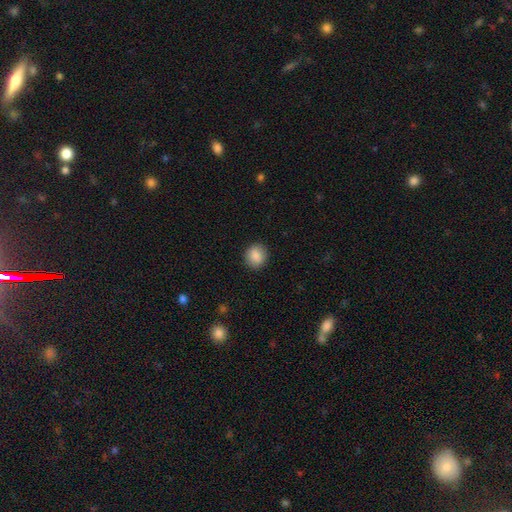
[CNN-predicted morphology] Smooth or featured: smooth — 88% (star or artifact — 8%)
How rounded: round — 74% (in between — 25%)
Merging: none — 90% (minor disturbance — 7%)